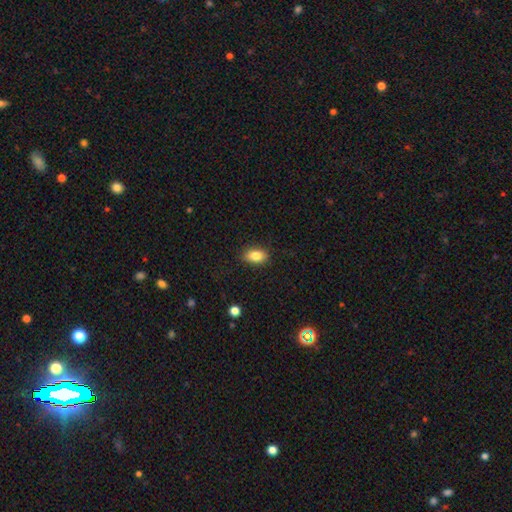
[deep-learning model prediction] A smooth galaxy with no disk features (83%) that is in between round and cigar-shaped (87%).

Vote fractions:
- Smooth or featured? smooth: 83% / star or artifact: 8% / featured or disk: 8%
- How rounded? in between: 87% / round: 11% / cigar-shaped: 2%
- Merging? none: 87% / minor disturbance: 9% / major disturbance: 2% / merger: 1%